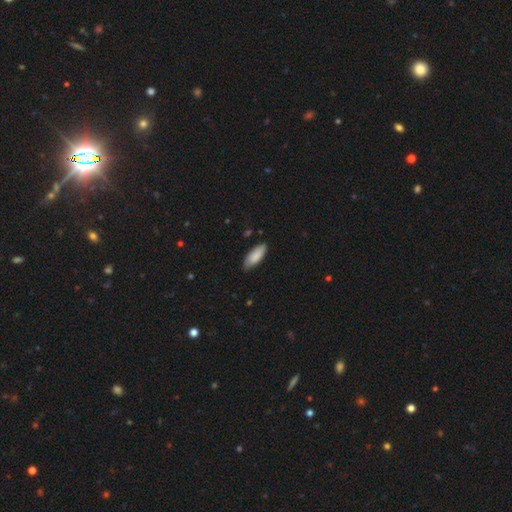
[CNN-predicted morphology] A smooth galaxy with no disk features (86%) that is in between round and cigar-shaped (76%).

Vote fractions:
- Smooth or featured? smooth: 86% / featured or disk: 8% / star or artifact: 6%
- How rounded? in between: 76% / cigar-shaped: 23% / round: 1%
- Merging? none: 79% / minor disturbance: 18% / major disturbance: 2% / merger: 1%